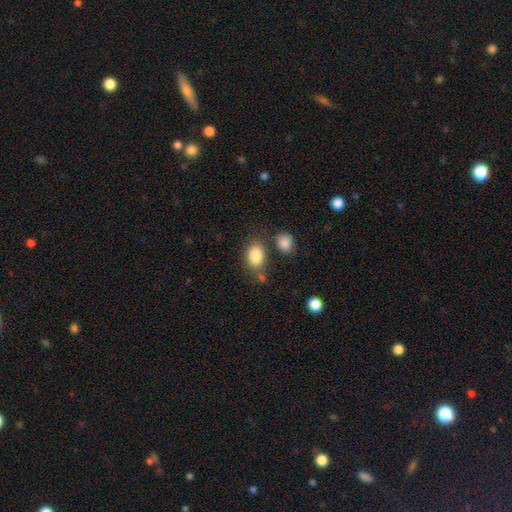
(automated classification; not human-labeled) Smooth or featured?
  - smooth: 86% *
  - star or artifact: 8%
  - featured or disk: 6%
How rounded?
  - in between: 80% *
  - round: 19%
  - cigar-shaped: 1%
Merging?
  - none: 66% *
  - minor disturbance: 16%
  - merger: 13%
  - major disturbance: 5%